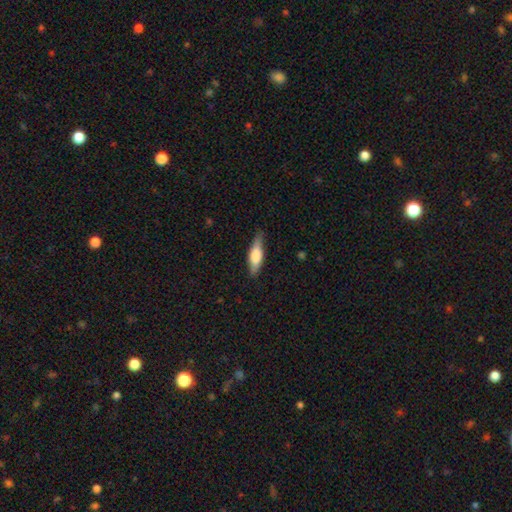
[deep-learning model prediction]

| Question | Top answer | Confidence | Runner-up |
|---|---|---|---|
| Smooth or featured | smooth | 67% | featured or disk (27%) |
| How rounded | in between | 50% | cigar-shaped (48%) |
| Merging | none | 77% | minor disturbance (19%) |